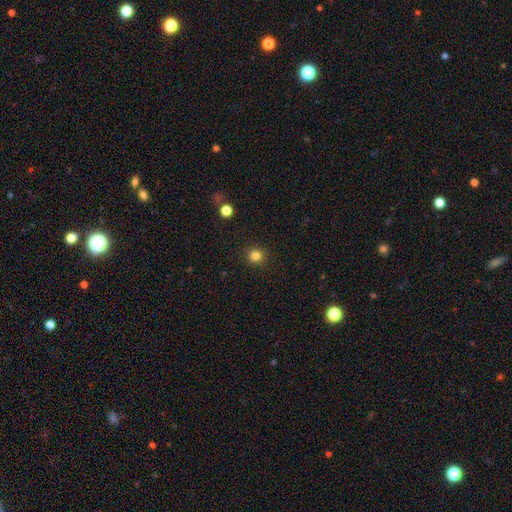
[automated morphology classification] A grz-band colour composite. It shows a smooth galaxy with no disk features (83%) that is round (94%). Merging: none (92%).